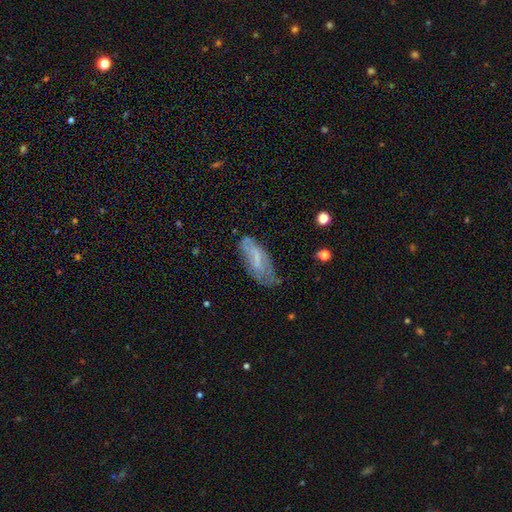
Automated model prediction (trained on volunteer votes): Smooth or featured: smooth — 48% (featured or disk — 43%)
Merging: none — 51% (minor disturbance — 32%)